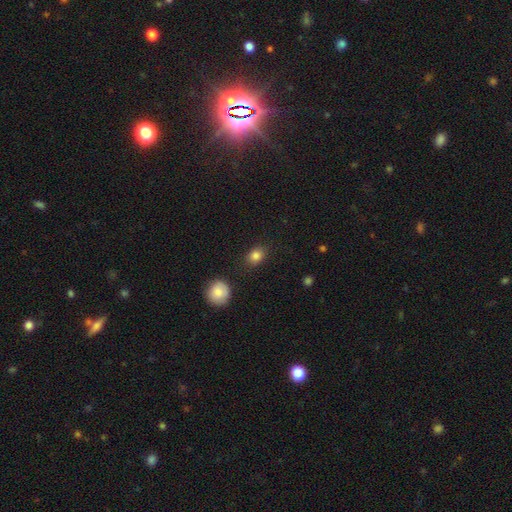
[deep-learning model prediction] smooth_or_featured: smooth (p=0.84) [alt: star or artifact p=0.10]
how_rounded: in between (p=0.51) [alt: round p=0.48]
merging: none (p=0.84) [alt: minor disturbance p=0.11]